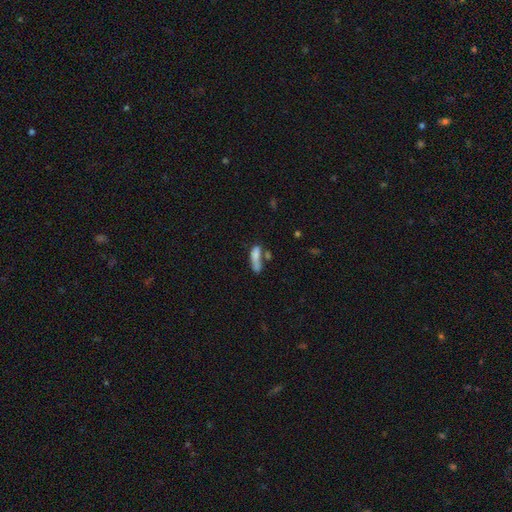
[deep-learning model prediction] Morphology: type=smooth (74%); roundness=cigar-shaped (51%); merging=merger (37%).